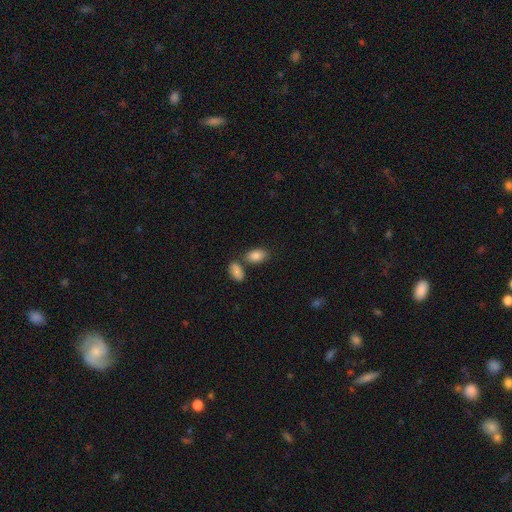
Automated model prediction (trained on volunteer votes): Morphology: type=smooth (86%); roundness=in between (90%); merging=none (63%).